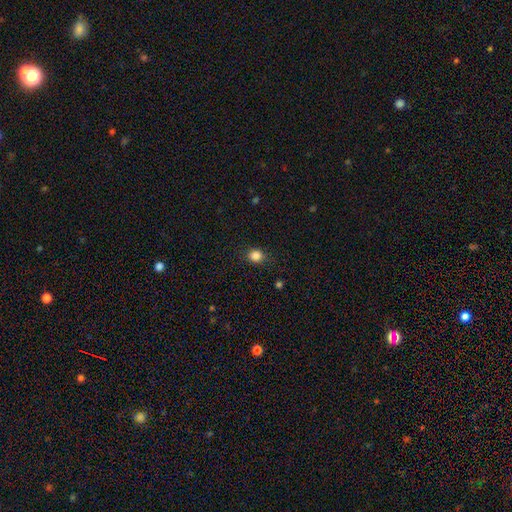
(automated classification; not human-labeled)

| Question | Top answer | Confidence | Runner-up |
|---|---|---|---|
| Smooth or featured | smooth | 85% | star or artifact (11%) |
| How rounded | round | 70% | in between (29%) |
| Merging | none | 85% | minor disturbance (11%) |